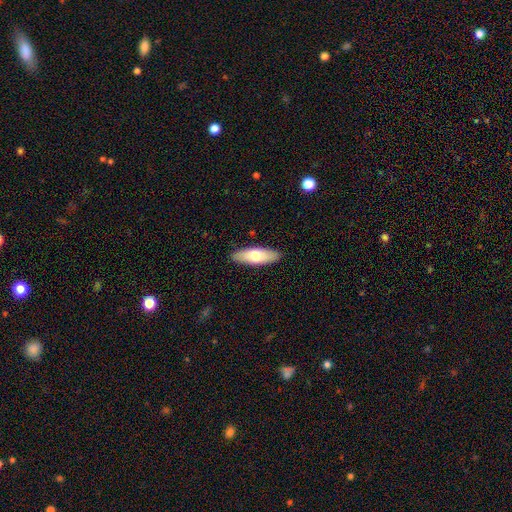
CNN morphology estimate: Smooth or featured? smooth (68%)
How rounded? in between (62%)
Merging? none (89%)